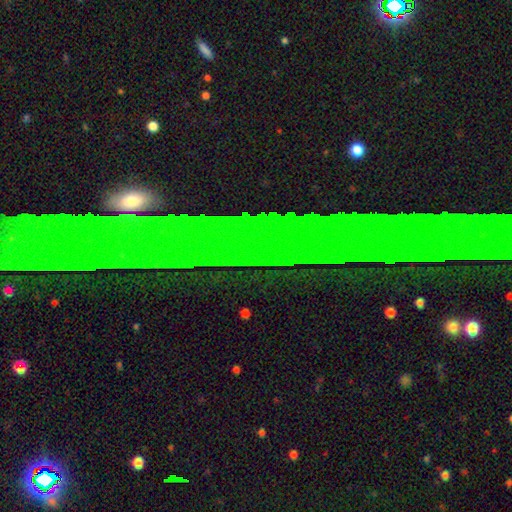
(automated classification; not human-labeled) Morphology: type=star or artifact (70%).